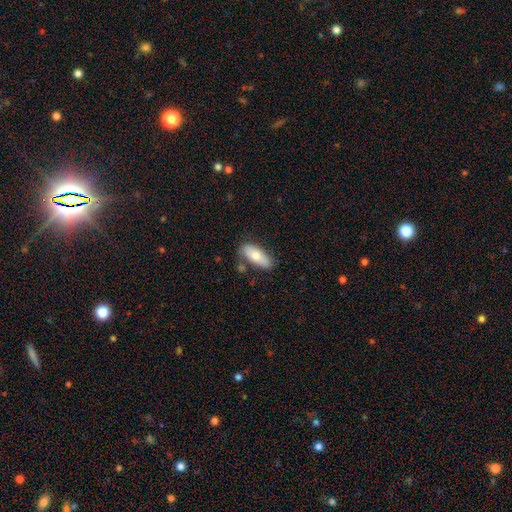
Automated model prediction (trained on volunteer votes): Smooth or featured? Predicted: smooth (p=0.71). How rounded? Predicted: in between (p=0.78). Merging? Predicted: none (p=0.76).